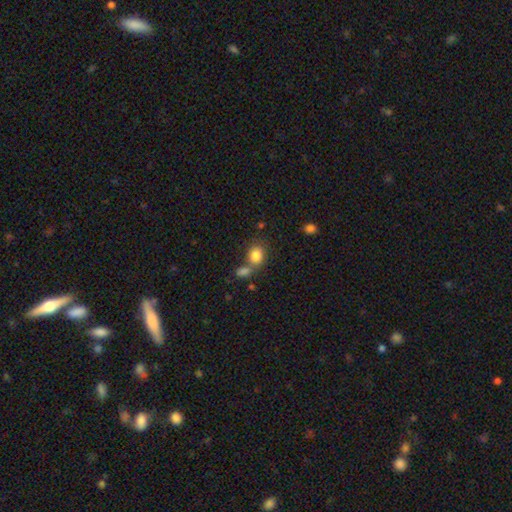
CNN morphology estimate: This is clearly a smooth galaxy (84%). How rounded: possibly round (51%). Merging: possibly none (52%).